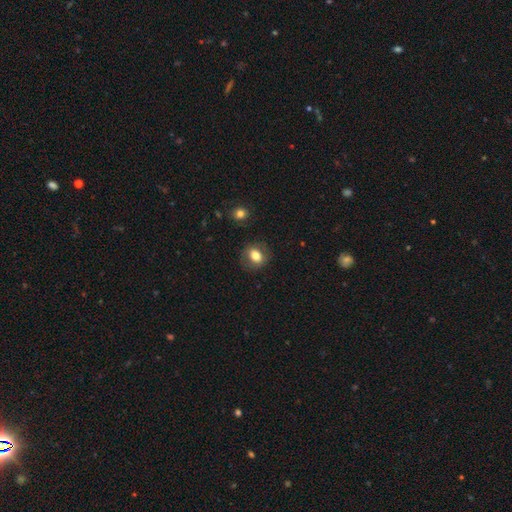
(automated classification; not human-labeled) A smooth galaxy with no disk features (74%) that is round (51%). Merging: none (82%).